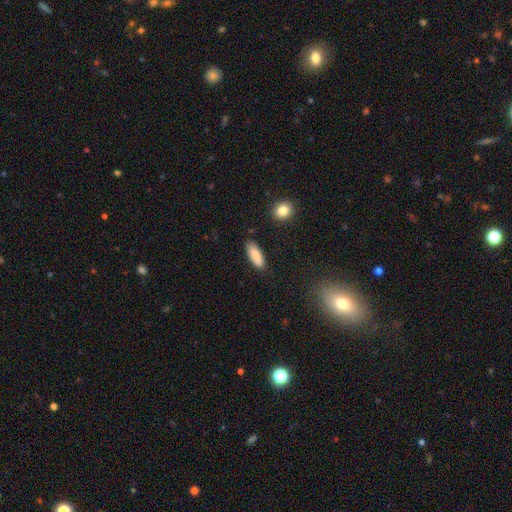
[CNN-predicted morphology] Overall: smooth (82%). How rounded: in between (68%; cigar-shaped 30%). Merging: none (81%).